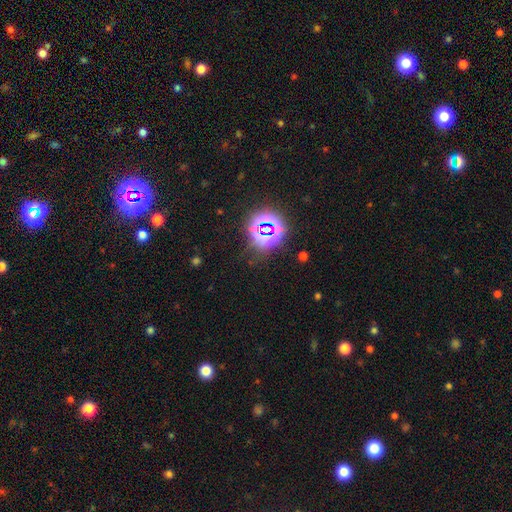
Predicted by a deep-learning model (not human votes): Morphology: type=star or artifact (82%).